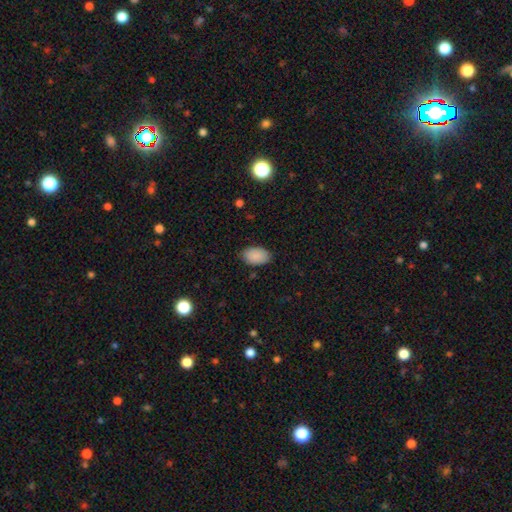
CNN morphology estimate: This is clearly a smooth galaxy (89%). How rounded: clearly in between (93%). Merging: clearly none (84%).